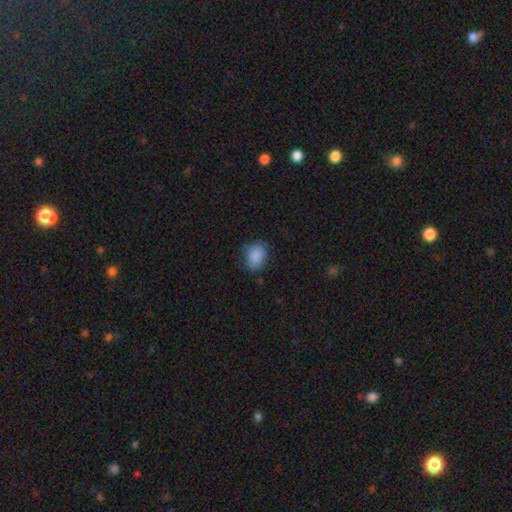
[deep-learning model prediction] The model was most divided on "how rounded": in between: 67%, round: 32%, cigar-shaped: 1%. More confident: smooth or featured — smooth (87%); merging — none (71%).